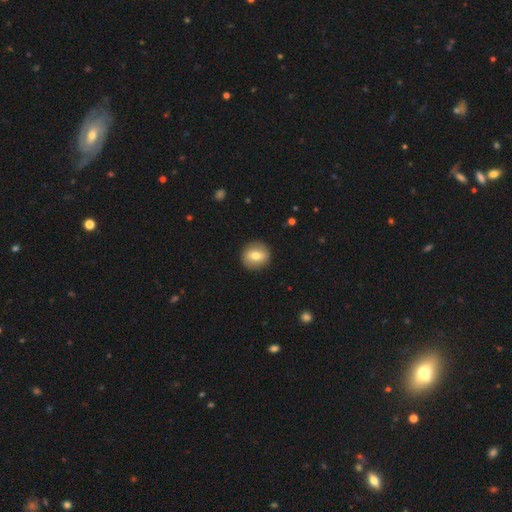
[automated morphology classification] Smooth or featured: smooth — 67% (featured or disk — 25%)
How rounded: round — 85% (in between — 13%)
Merging: none — 90% (minor disturbance — 7%)